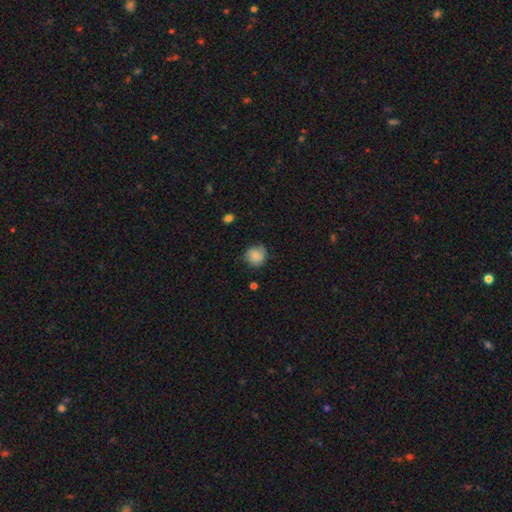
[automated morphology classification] The model was most divided on "merging": none: 70%, minor disturbance: 24%, major disturbance: 5%, merger: 1%. More confident: how rounded — round (86%); smooth or featured — smooth (77%).